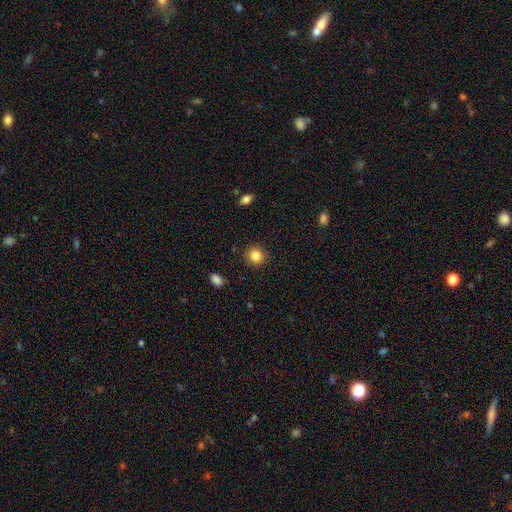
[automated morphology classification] A smooth galaxy with no disk features (85%) that is round (86%).

Vote fractions:
- Smooth or featured? smooth: 85% / star or artifact: 10% / featured or disk: 5%
- How rounded? round: 86% / in between: 13% / cigar-shaped: 1%
- Merging? none: 90% / minor disturbance: 7% / major disturbance: 2% / merger: 1%